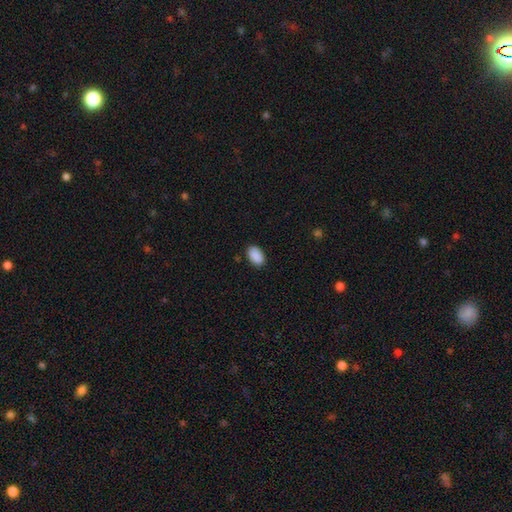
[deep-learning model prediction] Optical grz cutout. It shows a smooth galaxy with no disk features (90%) that is in between round and cigar-shaped (91%). Merging: none (88%).